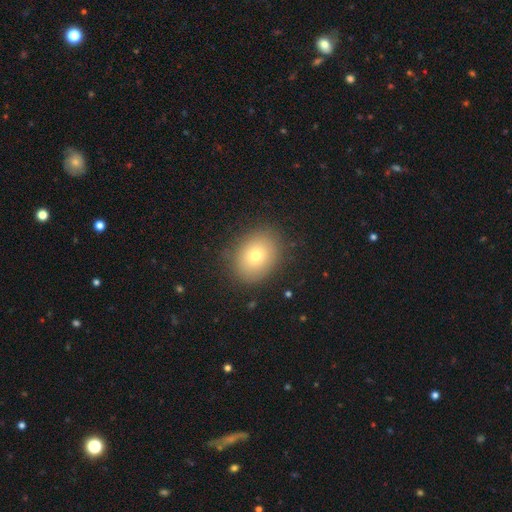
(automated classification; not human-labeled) smooth-or-featured: smooth: 75% | featured or disk: 14% | star or artifact: 11%
  how-rounded: in between: 56% | round: 43% | cigar-shaped: 1%
  merging: none: 86% | minor disturbance: 10% | major disturbance: 3% | merger: 1%